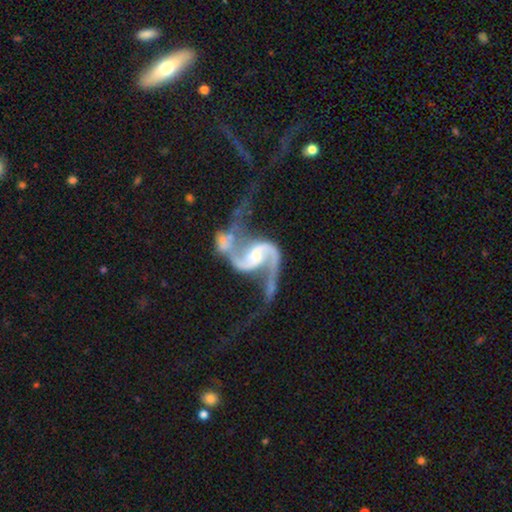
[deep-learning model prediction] The model was most divided on "bulge size": moderate: 33%, small: 29%, none: 27%, large: 9%, dominant: 2%. Remaining: edge-on disk — no (98%); spiral arms — yes (97%); spiral arm count — 2 (93%); smooth or featured — featured or disk (92%); spiral winding — loose (68%); bar — weak (43%); merging — merger (34%).